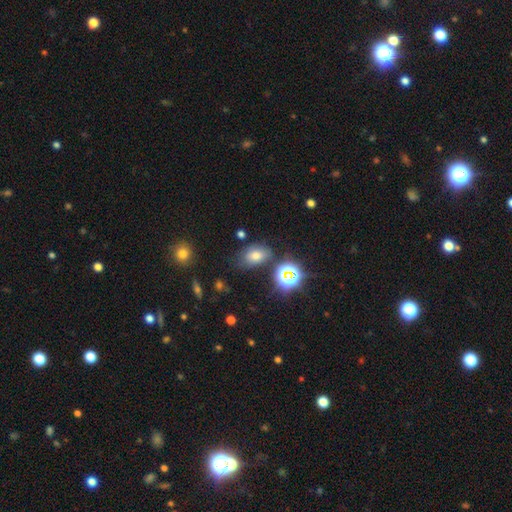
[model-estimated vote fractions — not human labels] Smooth or featured?
  - smooth: 61% *
  - star or artifact: 27%
  - featured or disk: 12%
How rounded?
  - in between: 77% *
  - round: 21%
  - cigar-shaped: 2%
Merging?
  - none: 71% *
  - minor disturbance: 17%
  - merger: 6%
  - major disturbance: 6%